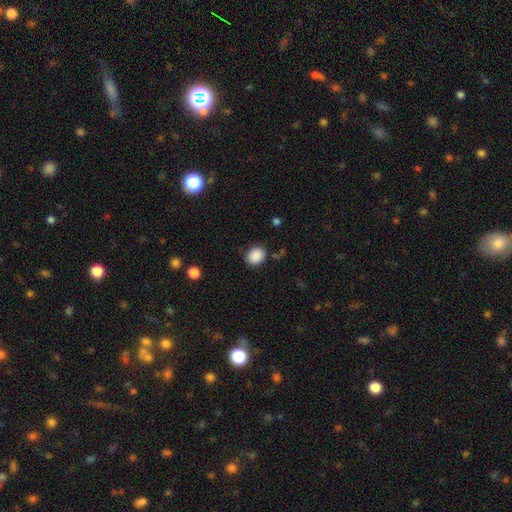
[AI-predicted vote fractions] smooth 89%, star or artifact 9%, featured or disk 3%. Down the decision tree: how rounded — round (62%); merging — none (83%).